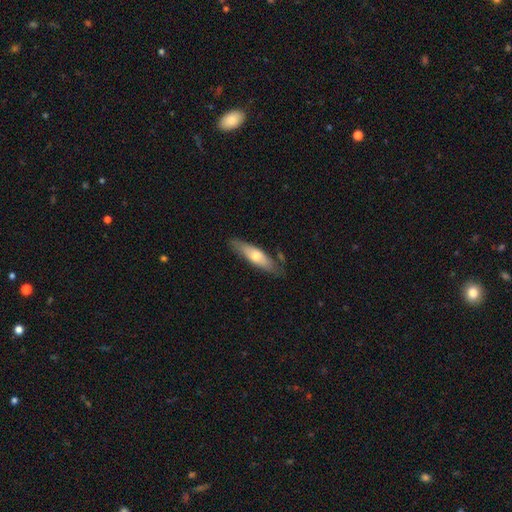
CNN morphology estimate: Smooth or featured?
  - smooth: 56% *
  - featured or disk: 38%
  - star or artifact: 5%
How rounded?
  - cigar-shaped: 60% *
  - in between: 38%
  - round: 2%
Merging?
  - none: 76% *
  - minor disturbance: 17%
  - major disturbance: 4%
  - merger: 3%